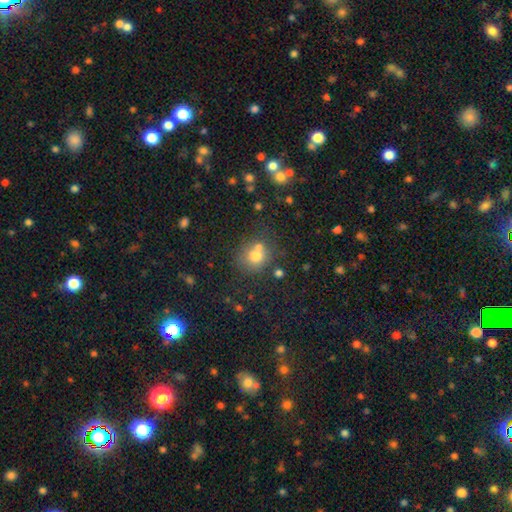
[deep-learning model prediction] Smooth or featured? Predicted: smooth (p=0.72). How rounded? Predicted: round (p=0.81). Merging? Predicted: none (p=0.53).